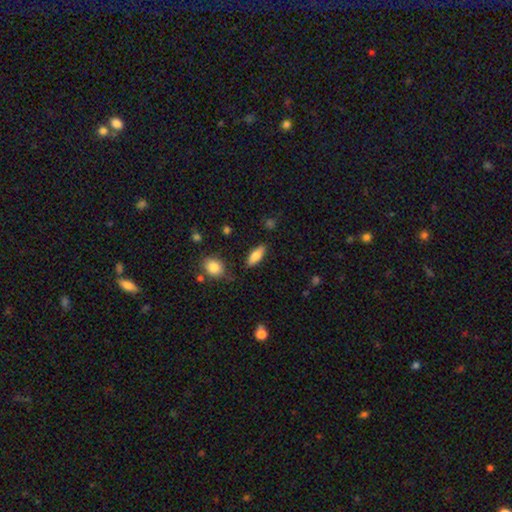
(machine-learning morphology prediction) smooth-or-featured: smooth: 73% | featured or disk: 21% | star or artifact: 7%
  how-rounded: in between: 64% | cigar-shaped: 33% | round: 2%
  merging: none: 82% | minor disturbance: 12% | major disturbance: 3% | merger: 3%